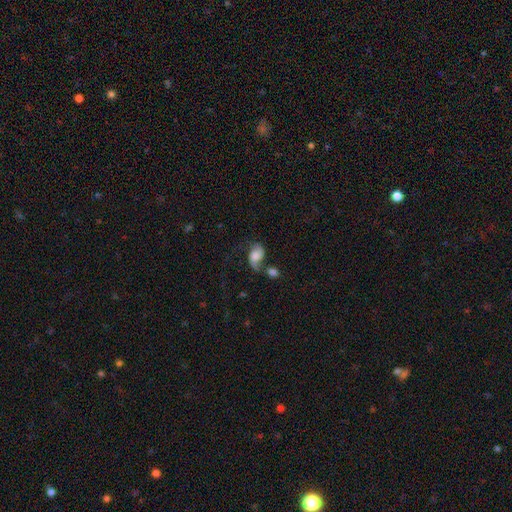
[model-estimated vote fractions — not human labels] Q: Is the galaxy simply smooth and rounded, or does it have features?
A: featured or disk — 56%.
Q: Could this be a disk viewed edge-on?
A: no — 97%.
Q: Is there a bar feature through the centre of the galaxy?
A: no — 68%.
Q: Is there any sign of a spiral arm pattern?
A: yes — 87%.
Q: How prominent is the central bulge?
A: large — 31%.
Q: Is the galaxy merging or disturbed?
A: none — 35%.